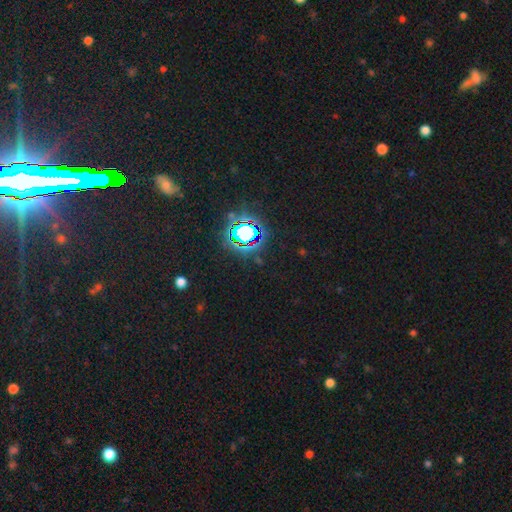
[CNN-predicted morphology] Q: Smooth or featured?
A: star or artifact (82%); runner-up: smooth (11%)